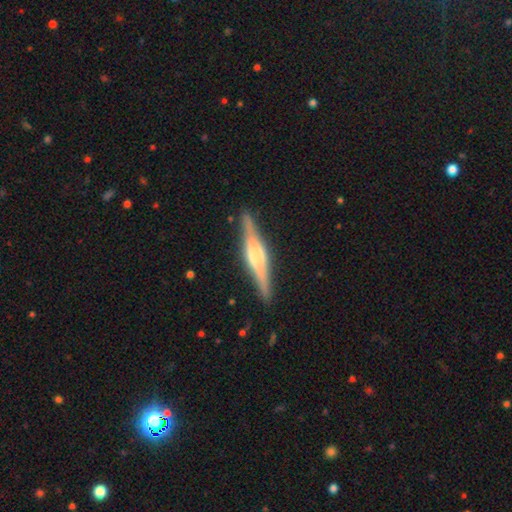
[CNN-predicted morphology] A featured or disk galaxy (79%) viewed edge-on (97%) with a rounded central bulge (55%). Merging: none (86%).